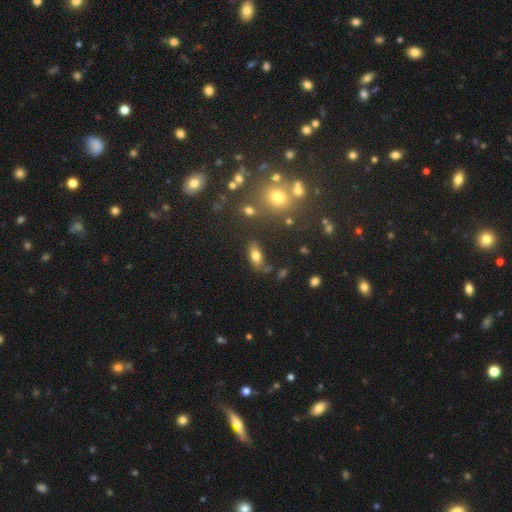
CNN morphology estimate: A smooth galaxy with no disk features (75%) that is in between round and cigar-shaped (84%).

Vote fractions:
- Smooth or featured? smooth: 75% / featured or disk: 13% / star or artifact: 11%
- How rounded? in between: 84% / cigar-shaped: 10% / round: 6%
- Merging? none: 71% / minor disturbance: 15% / merger: 8% / major disturbance: 5%